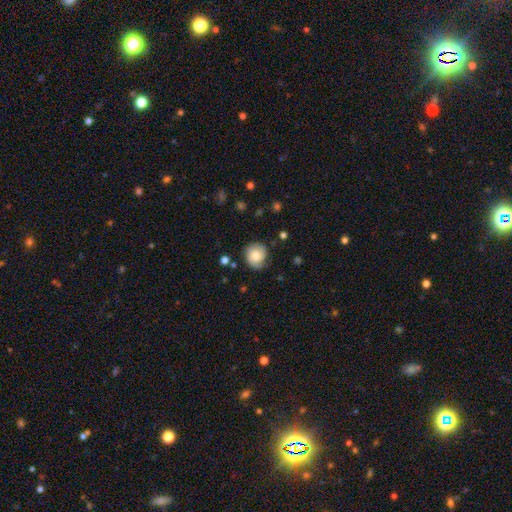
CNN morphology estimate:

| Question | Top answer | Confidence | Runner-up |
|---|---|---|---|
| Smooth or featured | smooth | 60% | featured or disk (32%) |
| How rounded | round | 84% | in between (15%) |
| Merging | none | 69% | minor disturbance (22%) |